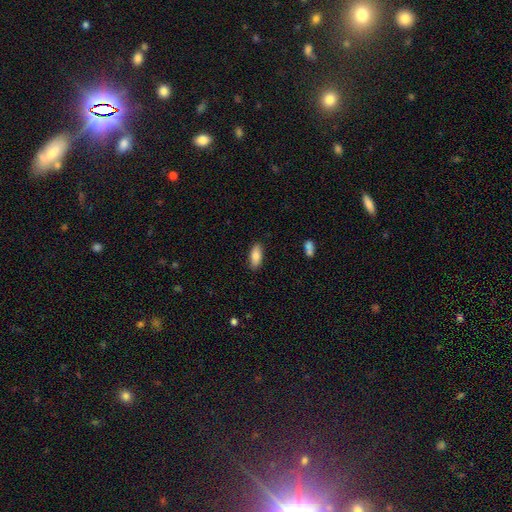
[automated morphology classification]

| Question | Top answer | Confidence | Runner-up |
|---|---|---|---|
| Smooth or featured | smooth | 83% | featured or disk (10%) |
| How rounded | in between | 81% | cigar-shaped (17%) |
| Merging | none | 87% | minor disturbance (9%) |